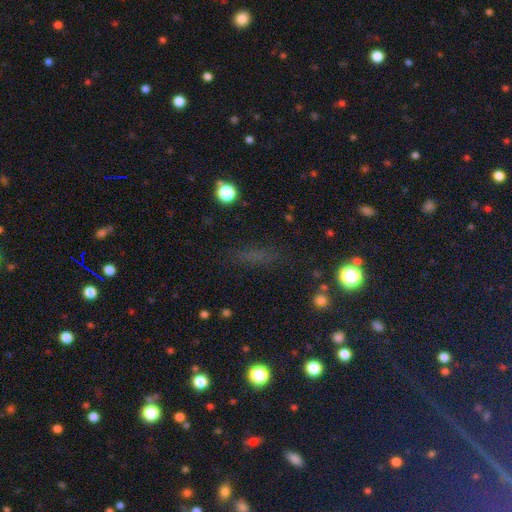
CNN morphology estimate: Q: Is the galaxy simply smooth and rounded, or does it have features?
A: smooth — 54%.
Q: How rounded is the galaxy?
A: cigar-shaped — 59%.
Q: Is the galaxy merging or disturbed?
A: none — 80%.